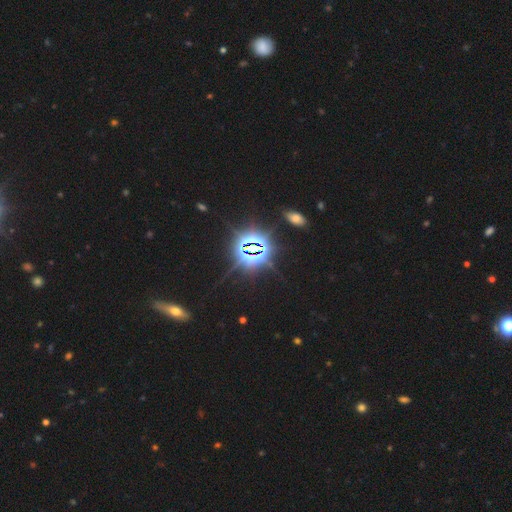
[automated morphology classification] smooth_or_featured: star or artifact (p=0.81) [alt: smooth p=0.10]